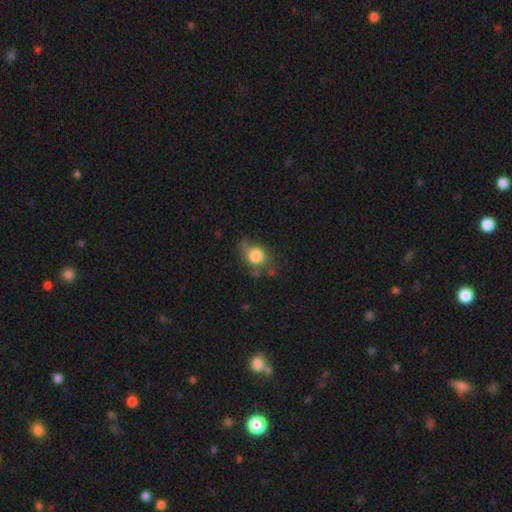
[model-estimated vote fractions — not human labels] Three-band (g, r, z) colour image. It shows a smooth galaxy with no disk features (74%) that is round (53%). Merging: none (53%).